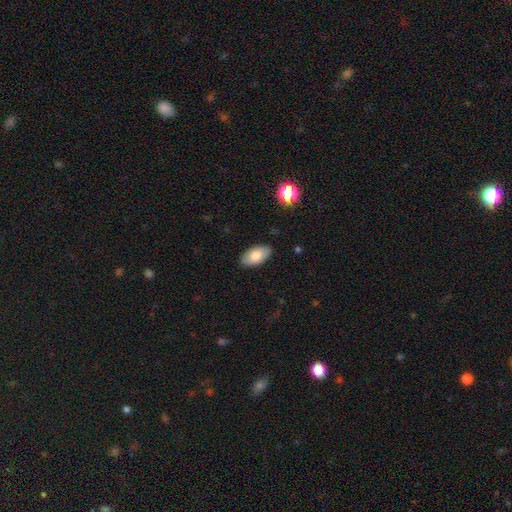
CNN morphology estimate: This appears to be a smooth galaxy with no disk features (75%) that is in between round and cigar-shaped (94%). Merging: none (87%).